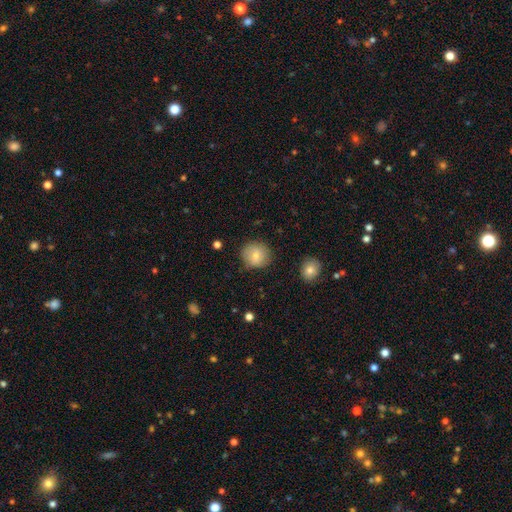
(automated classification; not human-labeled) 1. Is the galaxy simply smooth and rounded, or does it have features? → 77% smooth, 14% featured or disk, 9% star or artifact.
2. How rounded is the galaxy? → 88% round, 11% in between, 1% cigar-shaped.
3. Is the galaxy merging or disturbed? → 82% none, 13% minor disturbance, 4% major disturbance, 2% merger.